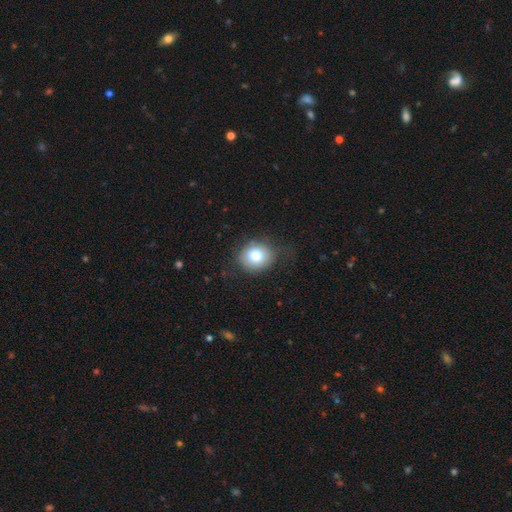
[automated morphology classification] Smooth or featured?
  - smooth: 79% *
  - featured or disk: 12%
  - star or artifact: 10%
How rounded?
  - round: 70% *
  - in between: 29%
  - cigar-shaped: 1%
Merging?
  - none: 78% *
  - minor disturbance: 16%
  - major disturbance: 6%
  - merger: 1%